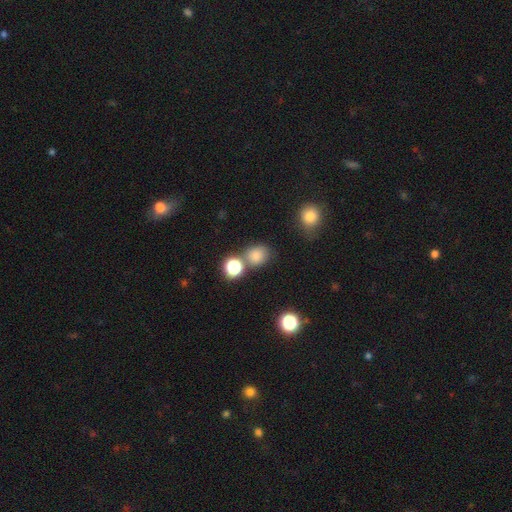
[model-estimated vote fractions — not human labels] smooth 78%, star or artifact 16%, featured or disk 7%. Down the decision tree: how rounded — round (69%); merging — none (64%).